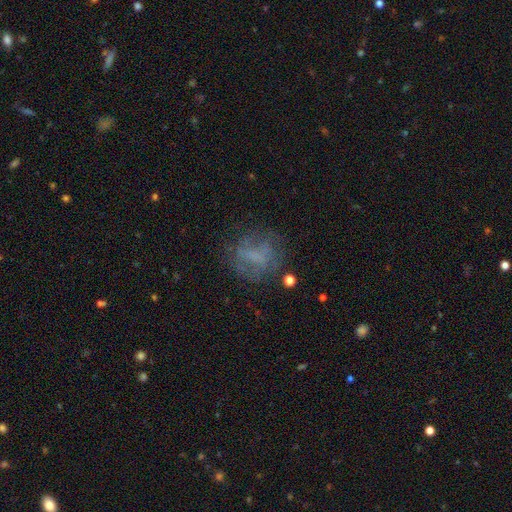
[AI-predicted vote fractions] This is marginally a featured or disk galaxy (42%). Merging: likely none (63%).